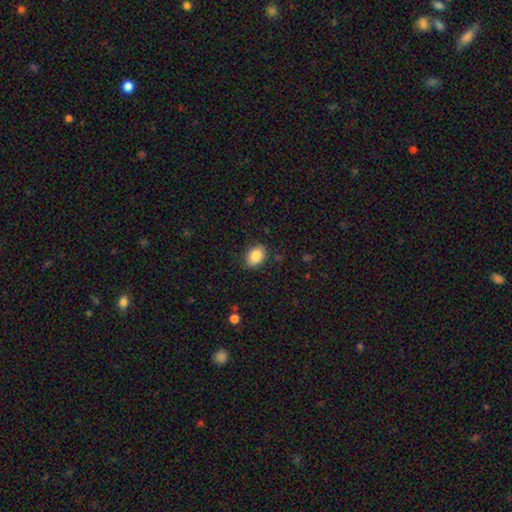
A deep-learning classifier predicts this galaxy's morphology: smooth-or-featured: smooth: 87% | star or artifact: 8% | featured or disk: 5%
  how-rounded: in between: 73% | round: 26% | cigar-shaped: 1%
  merging: none: 84% | minor disturbance: 12% | major disturbance: 3% | merger: 1%